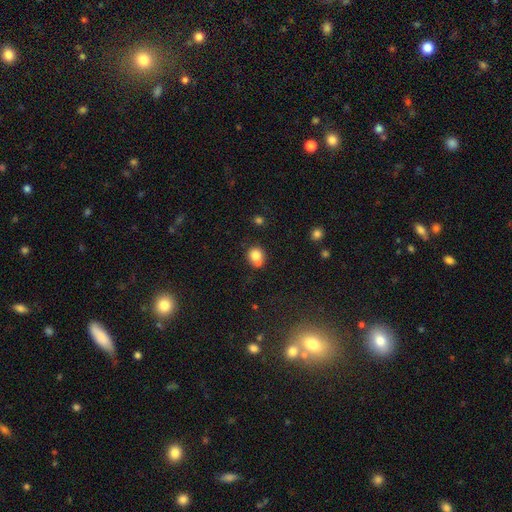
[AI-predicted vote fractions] The model was most divided on "merging": none: 54%, merger: 28%, minor disturbance: 14%, major disturbance: 4%. More confident: how rounded — round (82%); smooth or featured — smooth (80%).